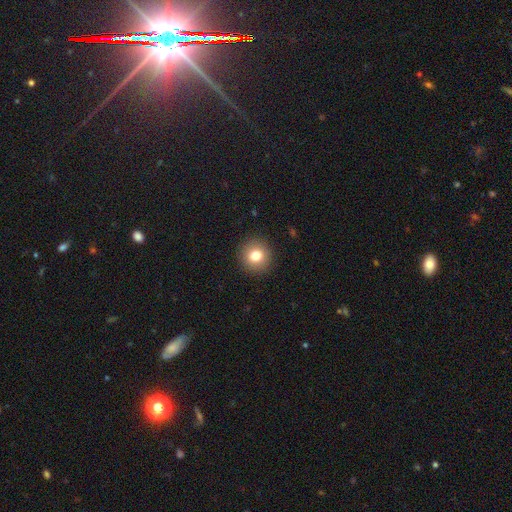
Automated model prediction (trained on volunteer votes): This appears to be a smooth galaxy with no disk features (79%) that is round (92%). Merging: none (92%).